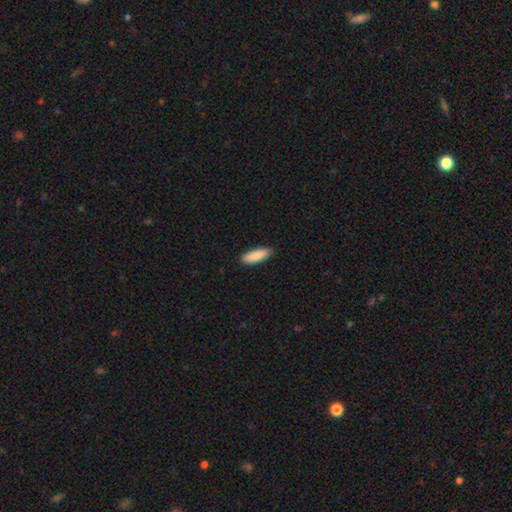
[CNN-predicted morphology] Smooth or featured: smooth — 89% (star or artifact — 6%)
How rounded: in between — 56% (cigar-shaped — 42%)
Merging: none — 88% (minor disturbance — 9%)